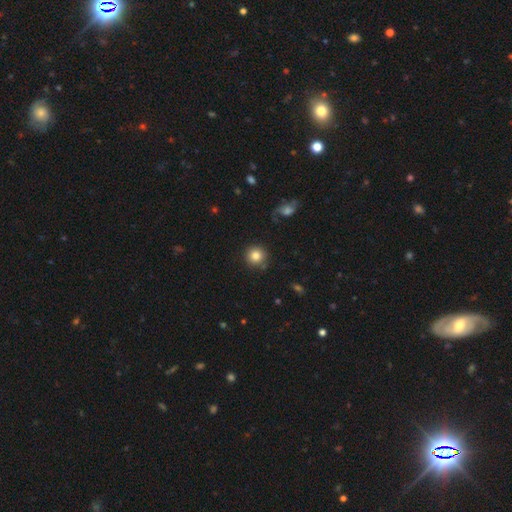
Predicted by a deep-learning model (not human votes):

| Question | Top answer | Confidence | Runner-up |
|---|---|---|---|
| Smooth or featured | smooth | 83% | star or artifact (10%) |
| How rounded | round | 94% | in between (5%) |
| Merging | none | 86% | minor disturbance (8%) |